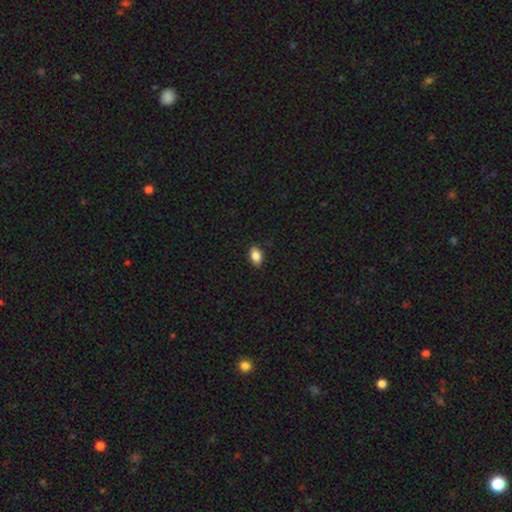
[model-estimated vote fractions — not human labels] A smooth galaxy with no disk features (87%) that is in between round and cigar-shaped (89%). Merging: none (88%).